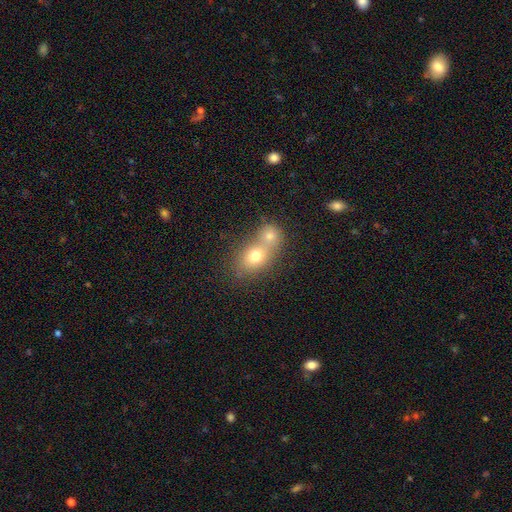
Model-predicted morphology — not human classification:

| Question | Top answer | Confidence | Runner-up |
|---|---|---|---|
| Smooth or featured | smooth | 72% | featured or disk (17%) |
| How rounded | in between | 55% | round (44%) |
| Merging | merger | 63% | none (27%) |